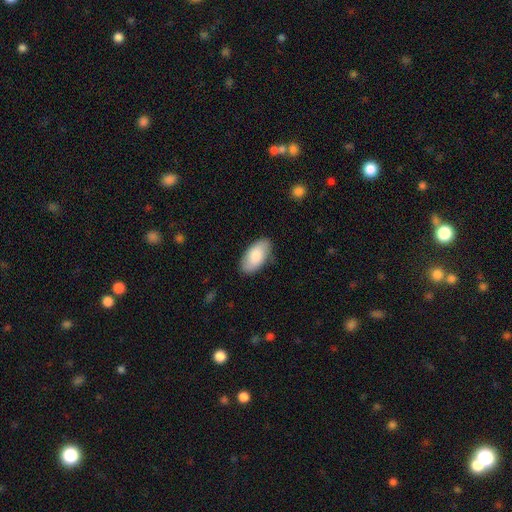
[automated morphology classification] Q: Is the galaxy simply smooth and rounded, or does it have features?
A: smooth — 79%.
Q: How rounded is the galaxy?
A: in between — 95%.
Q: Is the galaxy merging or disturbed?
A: none — 82%.